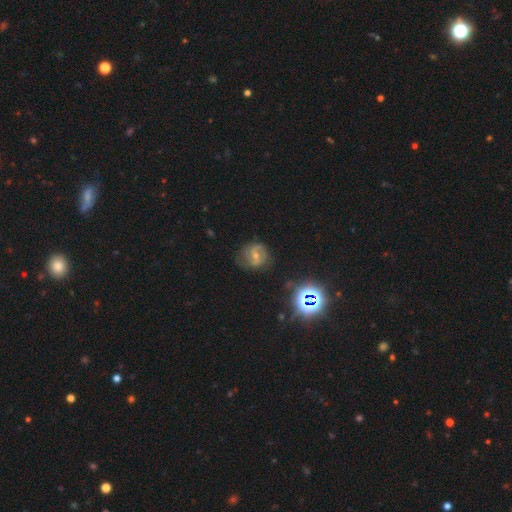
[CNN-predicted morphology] Smooth or featured? Predicted: featured or disk (p=0.63). Edge-on disk? Predicted: no (p=0.97). Bar? Predicted: weak (p=0.45). Spiral arms? Predicted: yes (p=0.80). Bulge size? Predicted: small (p=0.53). Merging? Predicted: none (p=0.69).